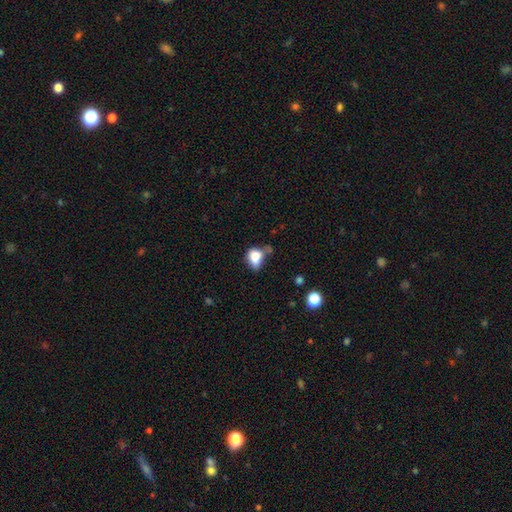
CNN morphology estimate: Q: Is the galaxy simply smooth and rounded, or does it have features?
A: smooth — 78%.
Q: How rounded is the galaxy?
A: in between — 67%.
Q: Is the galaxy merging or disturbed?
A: none — 32%, tied with minor disturbance.